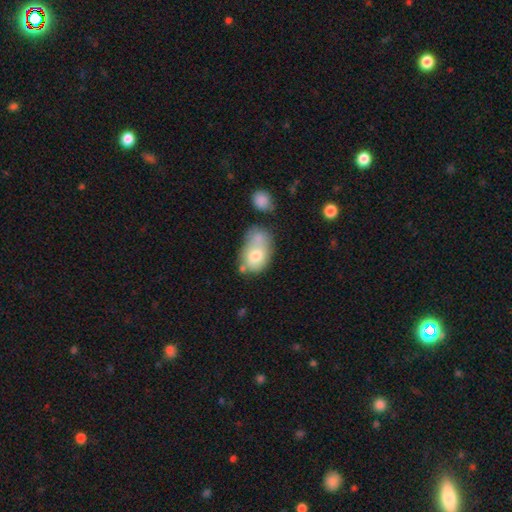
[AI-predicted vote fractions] Overall: smooth (68%). How rounded: in between (77%). Merging: merger (44%; none 25%).